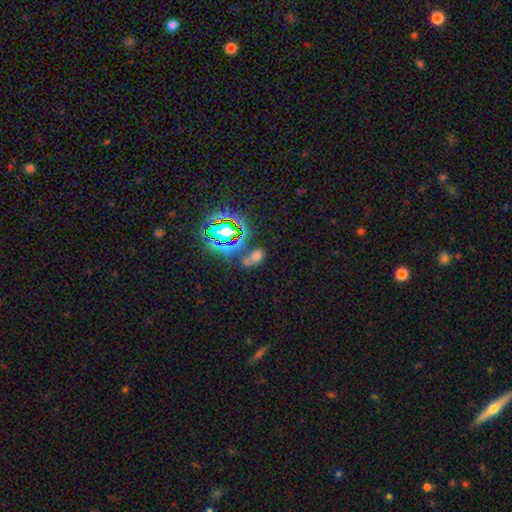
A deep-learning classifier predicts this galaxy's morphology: smooth-or-featured: smooth: 47% | star or artifact: 40% | featured or disk: 12%
  merging: none: 42% | merger: 36% | minor disturbance: 13% | major disturbance: 10%